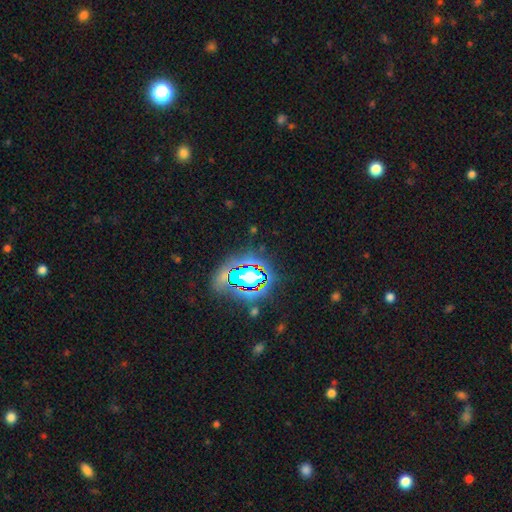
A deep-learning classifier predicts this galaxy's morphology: type=star or artifact (79%).